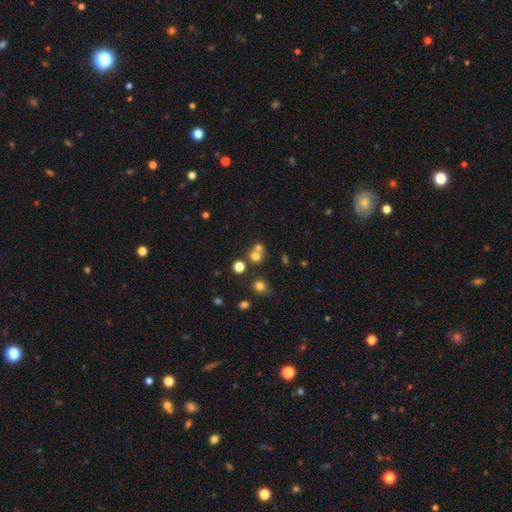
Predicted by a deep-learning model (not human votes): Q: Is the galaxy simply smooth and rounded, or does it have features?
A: smooth — 66%.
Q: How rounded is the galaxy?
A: round — 85%.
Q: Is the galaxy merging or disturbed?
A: none — 50%.